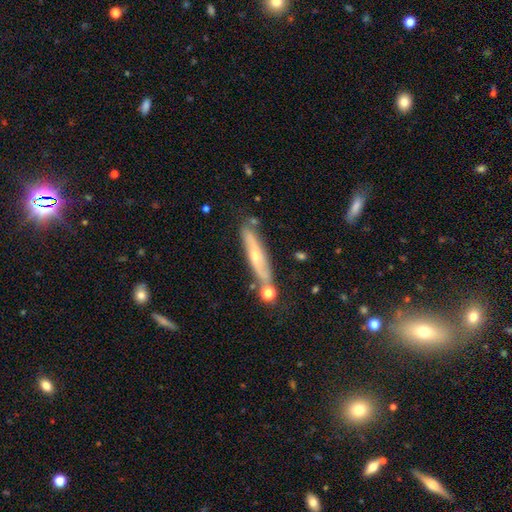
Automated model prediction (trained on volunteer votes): This appears to be a featured or disk galaxy (62%) viewed edge-on (60%). Merging: none (73%).